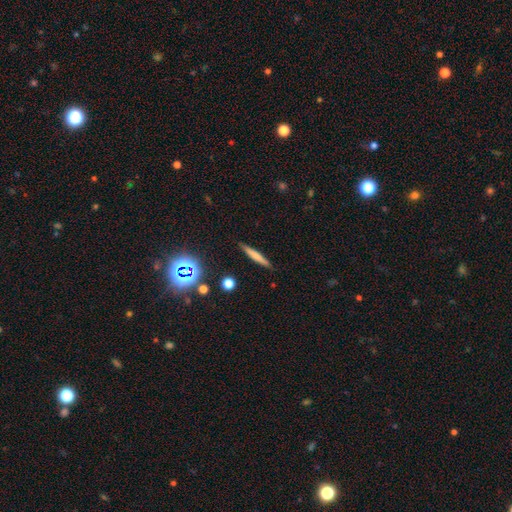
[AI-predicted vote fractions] Smooth or featured: smooth — 60% (featured or disk — 30%)
How rounded: cigar-shaped — 92% (in between — 5%)
Merging: none — 89% (minor disturbance — 8%)